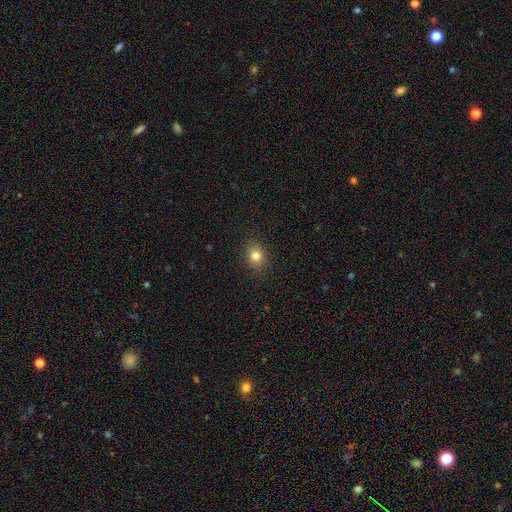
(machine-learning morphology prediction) Smooth or featured: smooth — 81% (star or artifact — 12%)
How rounded: round — 53% (in between — 45%)
Merging: none — 89% (minor disturbance — 8%)